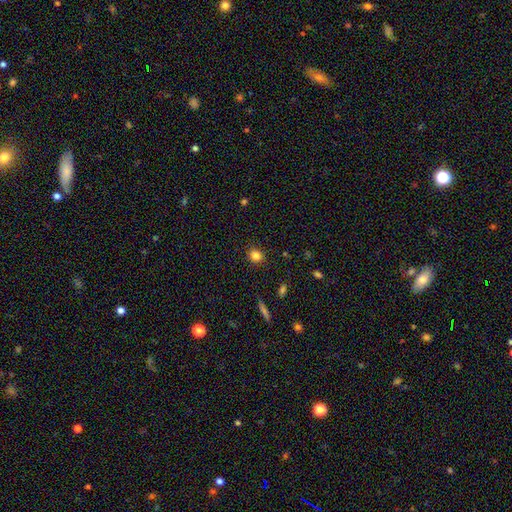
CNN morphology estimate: type=smooth (83%); roundness=round (74%); merging=none (89%).